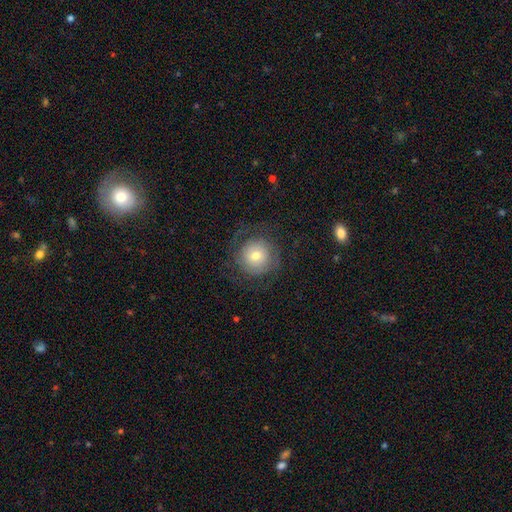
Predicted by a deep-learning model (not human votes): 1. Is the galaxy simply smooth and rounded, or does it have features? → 48% smooth, 43% featured or disk, 10% star or artifact.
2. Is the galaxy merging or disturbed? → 72% none, 14% major disturbance, 12% minor disturbance, 1% merger.